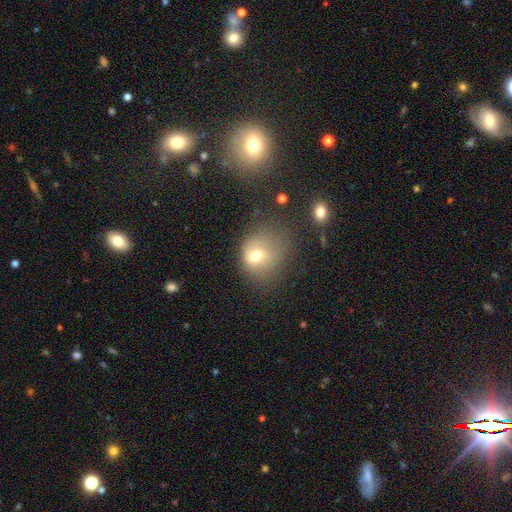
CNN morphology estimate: Q: Smooth or featured?
A: smooth (66%); runner-up: featured or disk (21%)
Q: How rounded?
A: round (58%); runner-up: in between (41%)
Q: Merging?
A: none (39%); runner-up: major disturbance (28%)